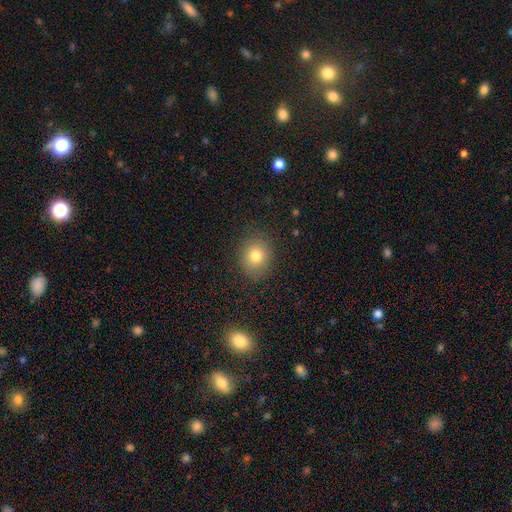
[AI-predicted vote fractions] smooth_or_featured: smooth (p=0.77) [alt: star or artifact p=0.12]
how_rounded: round (p=0.63) [alt: in between p=0.37]
merging: none (p=0.86) [alt: minor disturbance p=0.10]